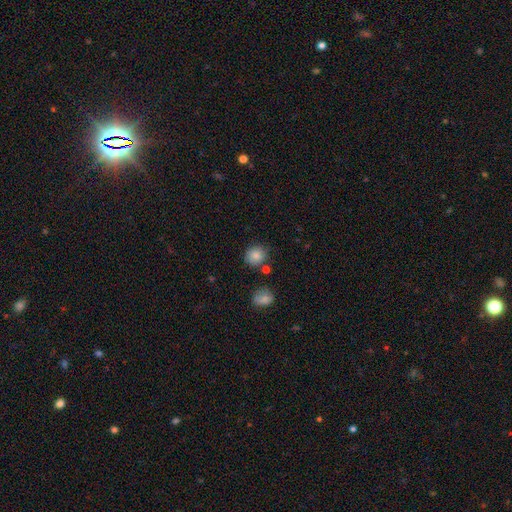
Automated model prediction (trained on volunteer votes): Smooth or featured? Predicted: smooth (p=0.84). How rounded? Predicted: round (p=0.85). Merging? Predicted: none (p=0.78).